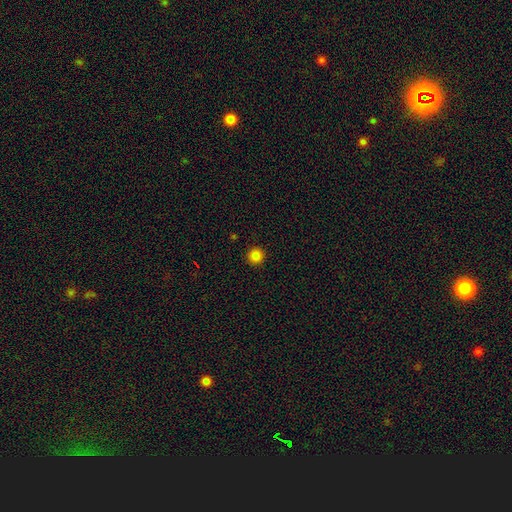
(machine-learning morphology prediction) smooth_or_featured: smooth (p=0.84) [alt: star or artifact p=0.12]
how_rounded: round (p=0.96) [alt: in between p=0.03]
merging: none (p=0.93) [alt: minor disturbance p=0.04]